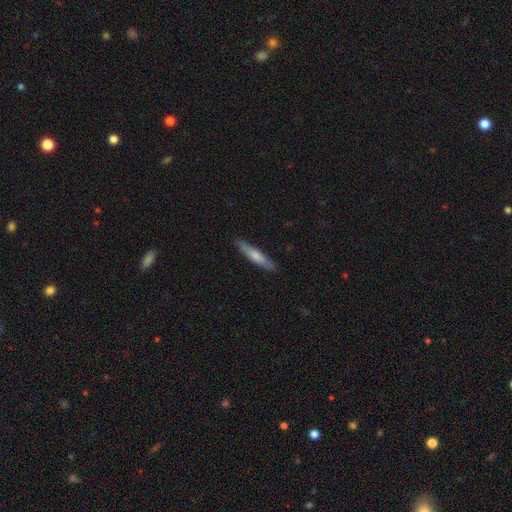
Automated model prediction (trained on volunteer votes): This appears to be a smooth galaxy with no disk features (69%) that is cigar-shaped (89%). Merging: none (88%).